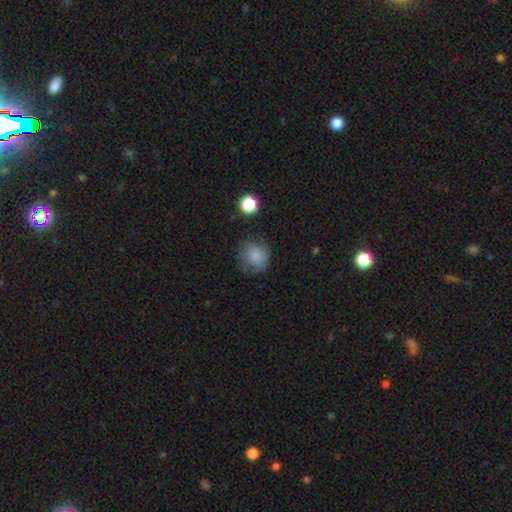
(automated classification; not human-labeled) This appears to be a smooth galaxy with no disk features (81%) that is round (83%). Merging: none (70%).